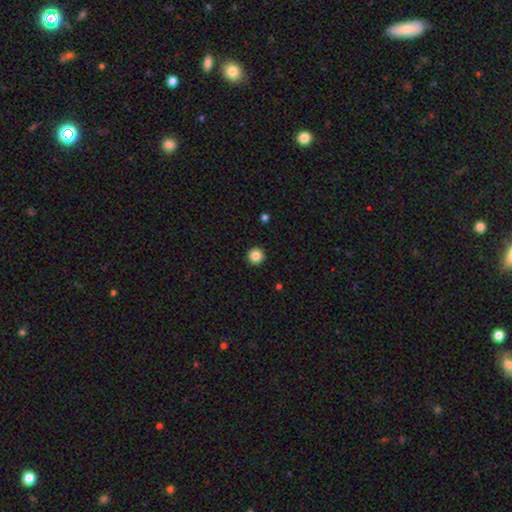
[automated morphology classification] Overall: smooth (86%). How rounded: round (96%). Merging: none (94%).